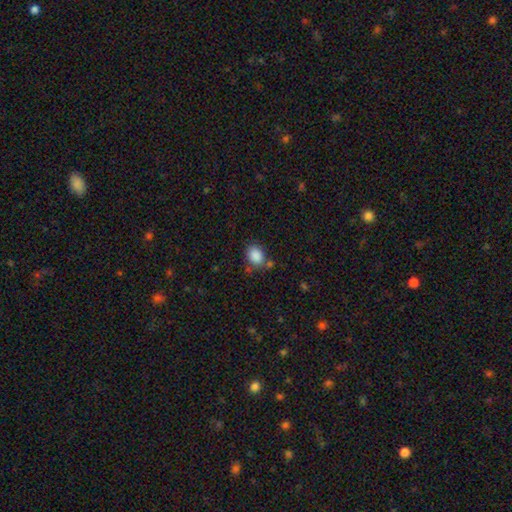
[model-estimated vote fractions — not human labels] Overall: smooth (87%). How rounded: in between (64%; round 35%). Merging: none (72%).